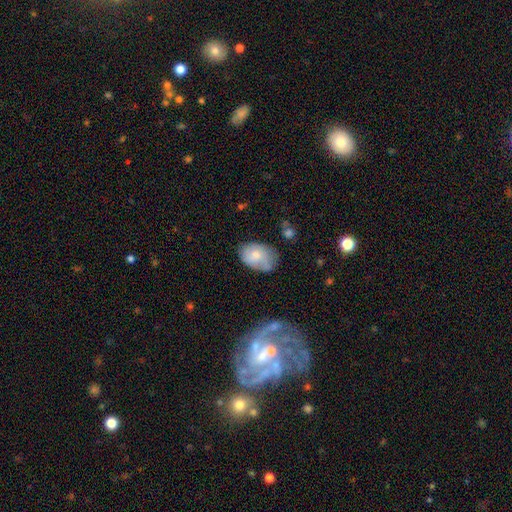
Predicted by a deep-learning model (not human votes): This appears to be a smooth galaxy with no disk features (67%) that is in between round and cigar-shaped (84%). Merging: none (52%).